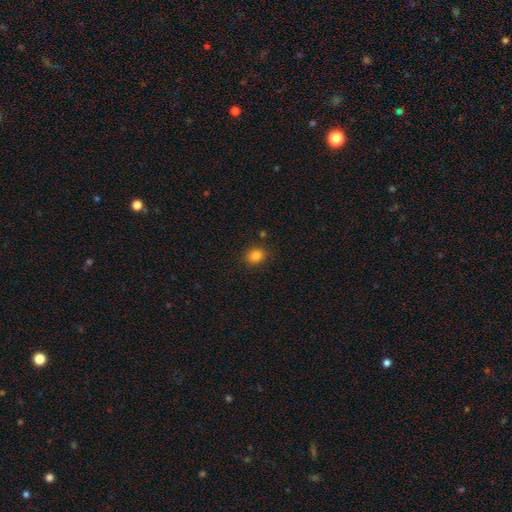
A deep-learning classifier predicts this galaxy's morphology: A smooth galaxy with no disk features (84%) that is round (59%). Merging: none (86%).